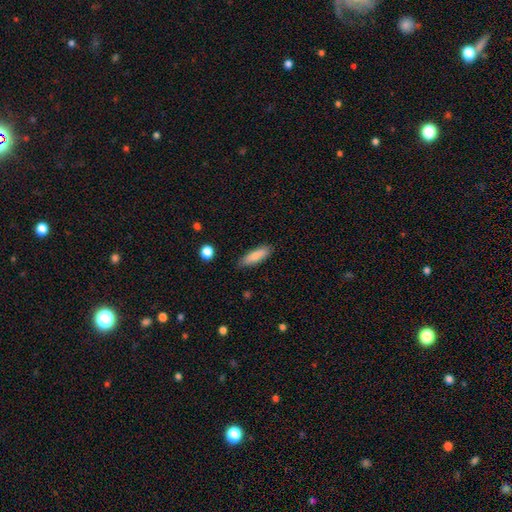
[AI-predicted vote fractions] Smooth or featured?
  - smooth: 82% *
  - featured or disk: 12%
  - star or artifact: 6%
How rounded?
  - cigar-shaped: 50% *
  - in between: 48%
  - round: 2%
Merging?
  - none: 85% *
  - minor disturbance: 11%
  - major disturbance: 2%
  - merger: 1%